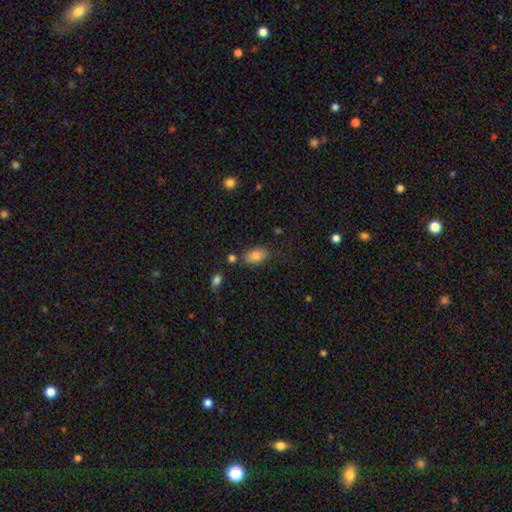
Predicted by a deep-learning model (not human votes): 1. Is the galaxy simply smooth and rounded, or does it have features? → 83% smooth, 9% featured or disk, 8% star or artifact.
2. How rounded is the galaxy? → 90% in between, 7% round, 3% cigar-shaped.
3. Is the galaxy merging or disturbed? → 74% none, 15% minor disturbance, 7% merger, 4% major disturbance.